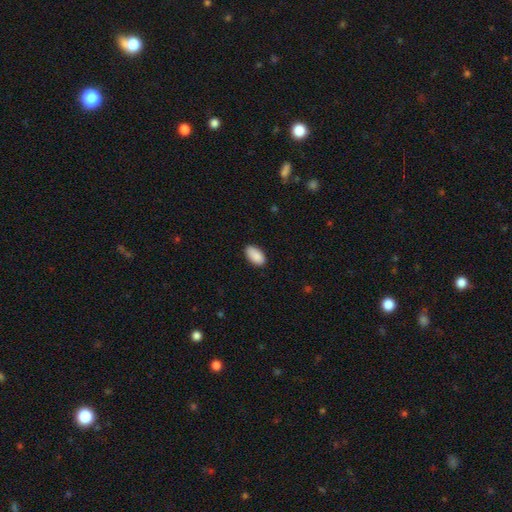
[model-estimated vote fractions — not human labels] smooth 90%, star or artifact 6%, featured or disk 3%. Down the decision tree: how rounded — in between (95%); merging — none (86%).